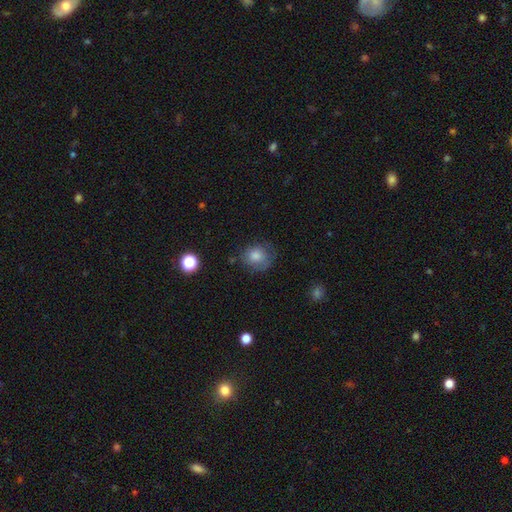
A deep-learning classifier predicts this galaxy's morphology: The model was most divided on "merging": none: 67%, minor disturbance: 22%, major disturbance: 9%, merger: 2%. More confident: how rounded — round (75%); smooth or featured — smooth (71%).